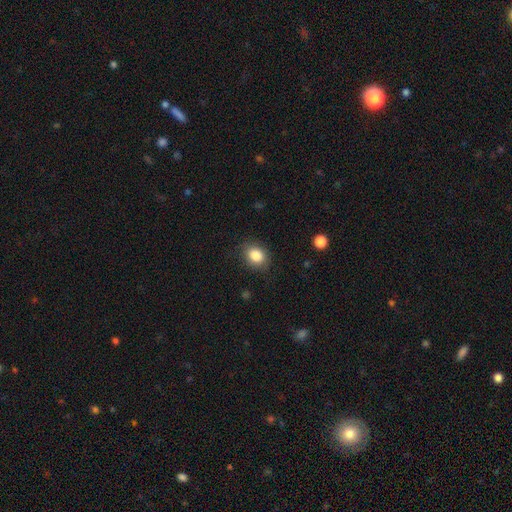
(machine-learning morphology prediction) Smooth or featured? smooth (85%)
How rounded? in between (55%)
Merging? none (81%)